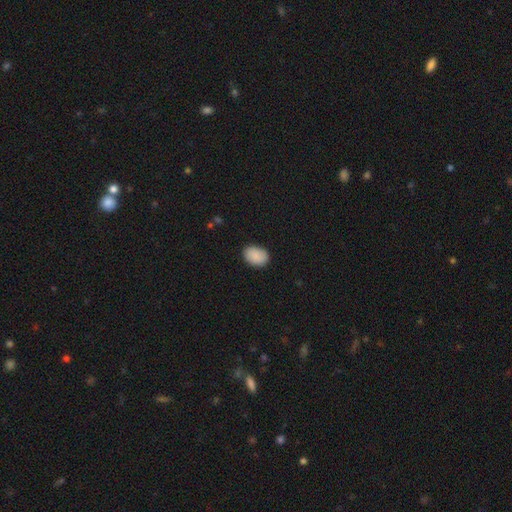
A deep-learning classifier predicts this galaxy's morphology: smooth-or-featured: smooth: 90% | star or artifact: 7% | featured or disk: 3%
  how-rounded: in between: 77% | round: 22% | cigar-shaped: 1%
  merging: none: 87% | minor disturbance: 10% | major disturbance: 2% | merger: 1%